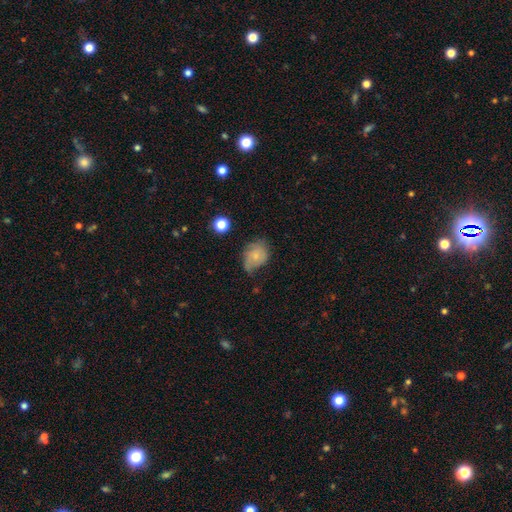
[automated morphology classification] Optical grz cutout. It shows a smooth galaxy with no disk features (53%) that is in between round and cigar-shaped (55%). Merging: none (44%).